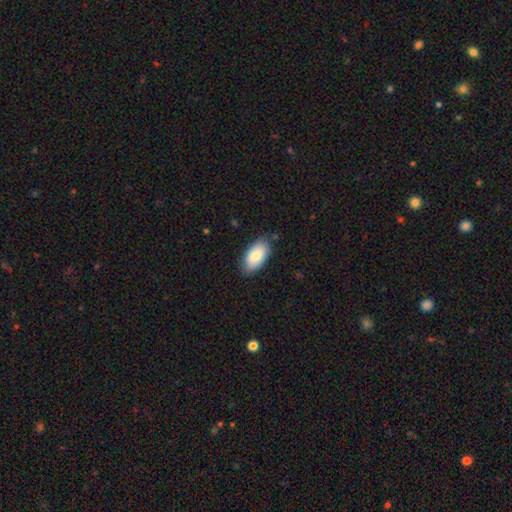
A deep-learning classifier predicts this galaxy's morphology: Overall: smooth (81%). How rounded: in between (95%). Merging: none (81%).